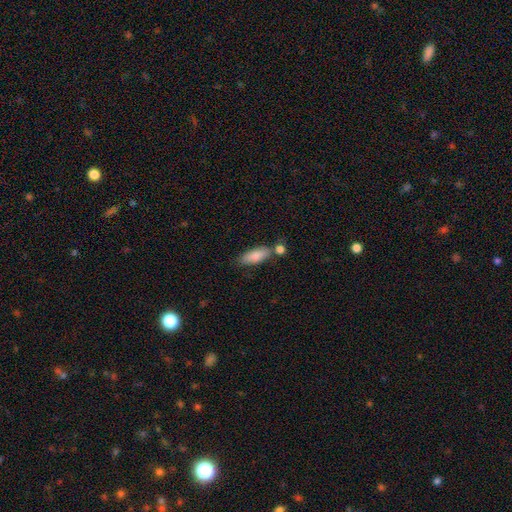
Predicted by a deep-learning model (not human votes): Smooth or featured: smooth — 84% (featured or disk — 10%)
How rounded: in between — 70% (cigar-shaped — 27%)
Merging: none — 62% (merger — 18%)